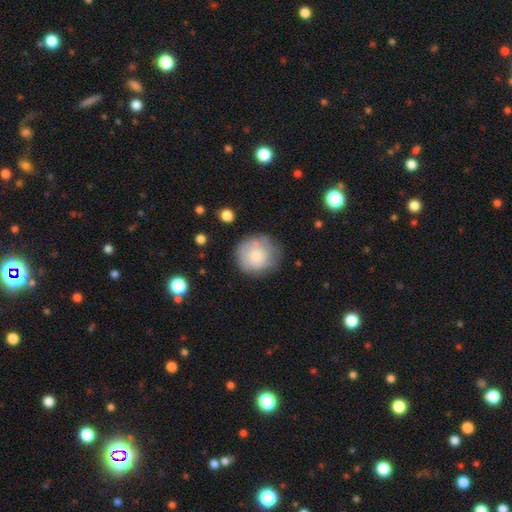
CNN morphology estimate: Smooth or featured? smooth (74%)
How rounded? round (91%)
Merging? none (67%)